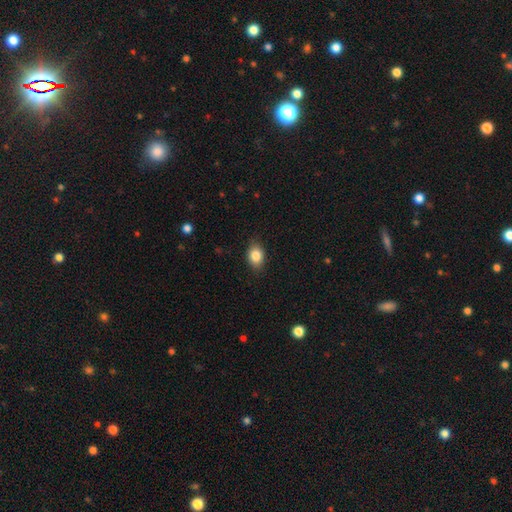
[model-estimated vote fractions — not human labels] smooth 85%, star or artifact 9%, featured or disk 7%. Down the decision tree: how rounded — in between (72%); merging — none (84%).